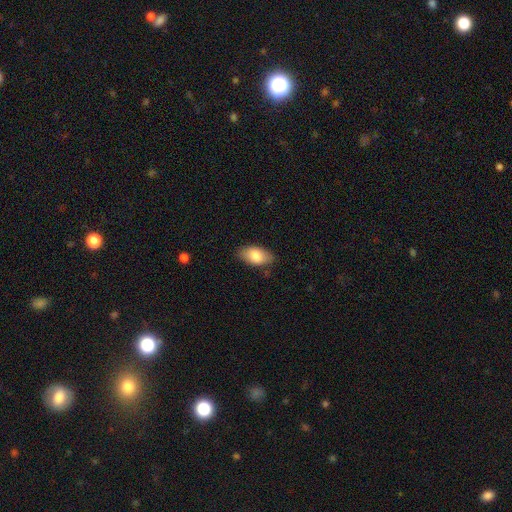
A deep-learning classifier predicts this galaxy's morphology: A smooth galaxy with no disk features (82%) that is in between round and cigar-shaped (93%). Merging: none (81%).